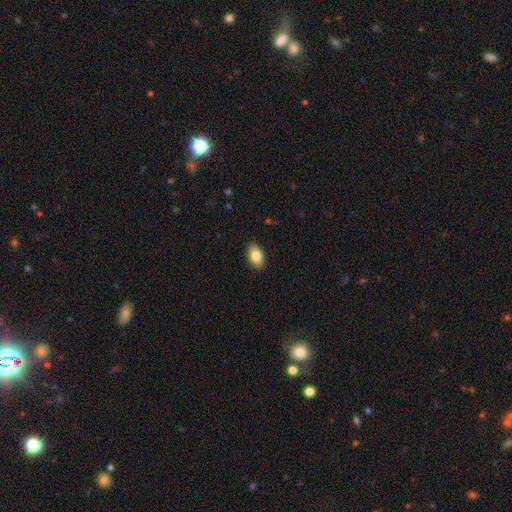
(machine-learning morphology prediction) type=smooth (82%); roundness=in between (92%); merging=none (89%).